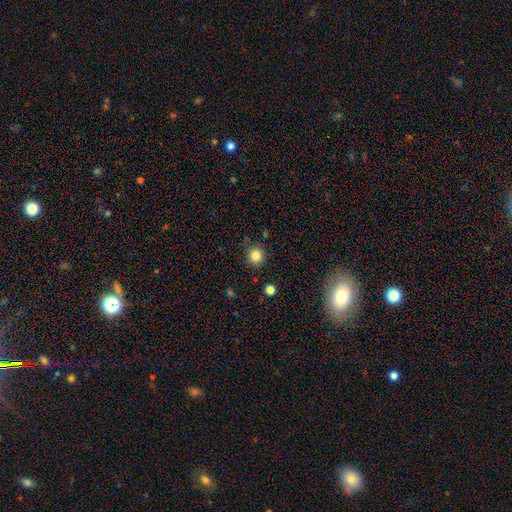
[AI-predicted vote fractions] smooth 83%, star or artifact 12%, featured or disk 5%. Down the decision tree: how rounded — round (93%); merging — none (87%).